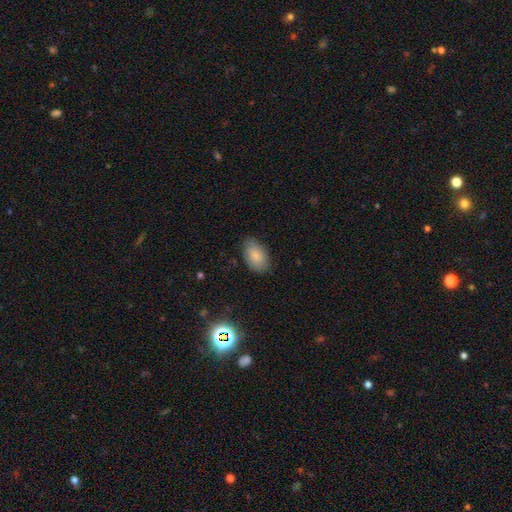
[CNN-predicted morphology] This appears to be a smooth galaxy with no disk features (85%) that is in between round and cigar-shaped (92%). Merging: none (80%).